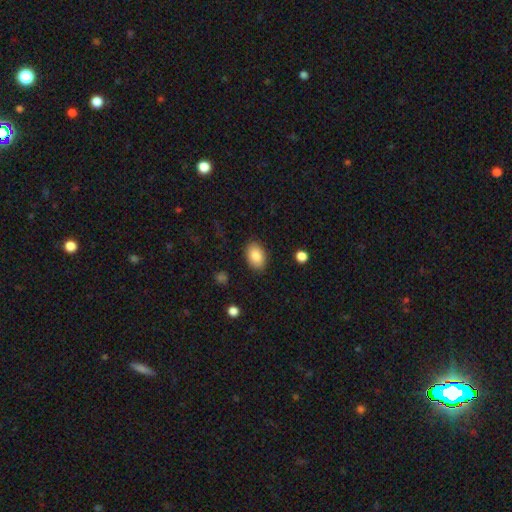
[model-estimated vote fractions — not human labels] Q: Smooth or featured?
A: smooth (86%); runner-up: star or artifact (7%)
Q: How rounded?
A: in between (87%); runner-up: round (12%)
Q: Merging?
A: none (87%); runner-up: minor disturbance (10%)